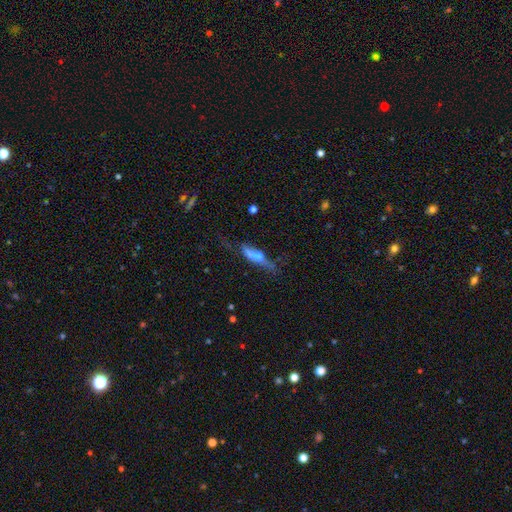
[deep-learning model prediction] A smooth galaxy with no disk features (47%). Merging: none (34%).